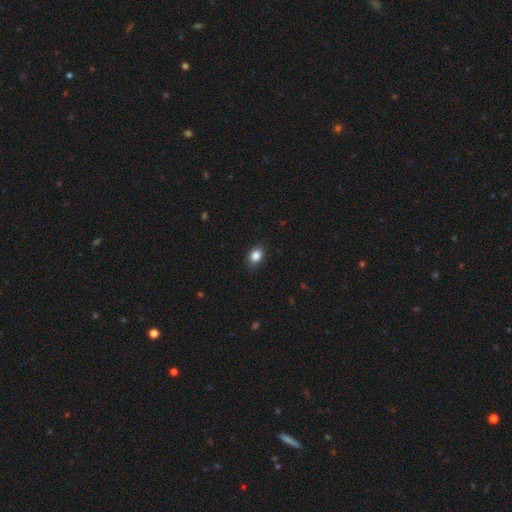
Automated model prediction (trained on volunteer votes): This is clearly a smooth galaxy (86%). How rounded: likely in between (71%). Merging: clearly none (86%).